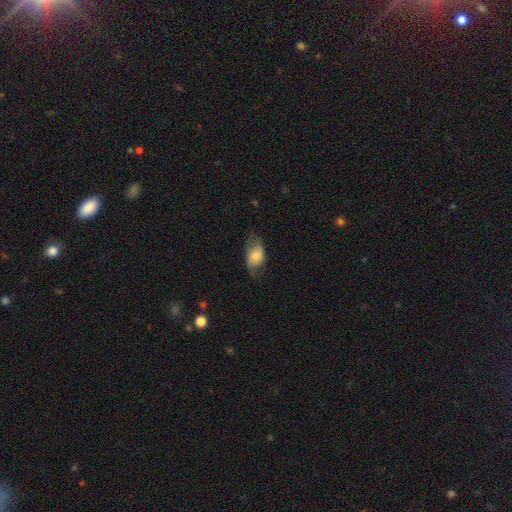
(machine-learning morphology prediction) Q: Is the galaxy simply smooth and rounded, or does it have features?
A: smooth — 66%.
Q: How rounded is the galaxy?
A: in between — 84%.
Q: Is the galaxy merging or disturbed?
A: none — 59%.